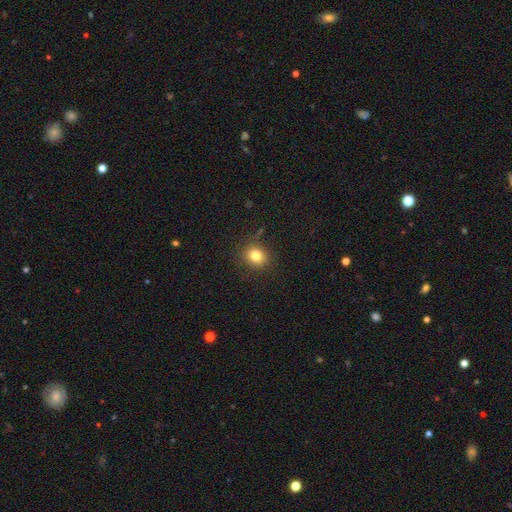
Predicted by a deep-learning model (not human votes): Smooth or featured? Predicted: smooth (p=0.81). How rounded? Predicted: round (p=0.75). Merging? Predicted: none (p=0.87).